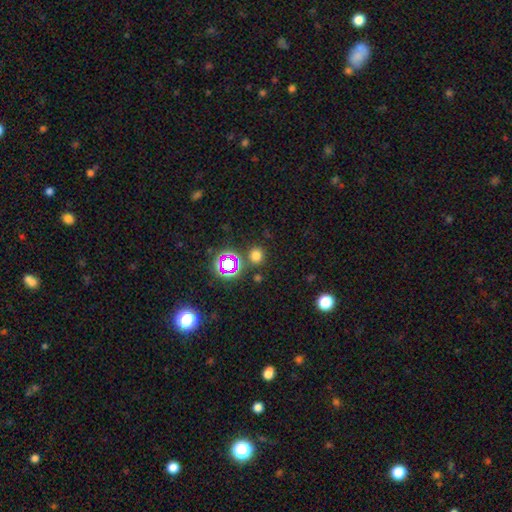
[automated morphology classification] This is likely a smooth galaxy (69%). How rounded: clearly round (87%). Merging: clearly none (84%).